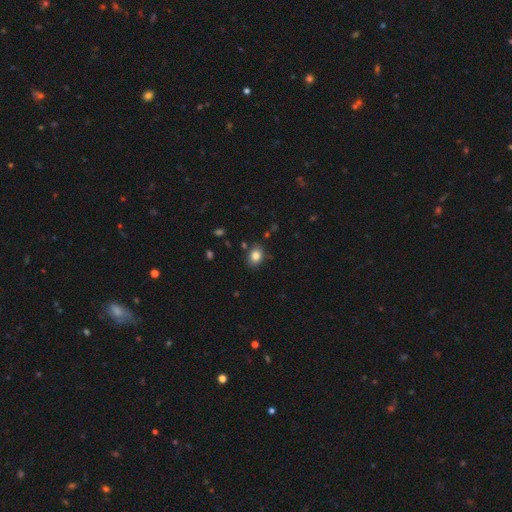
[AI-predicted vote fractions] A smooth galaxy with no disk features (83%) that is in between round and cigar-shaped (58%). Merging: none (83%).